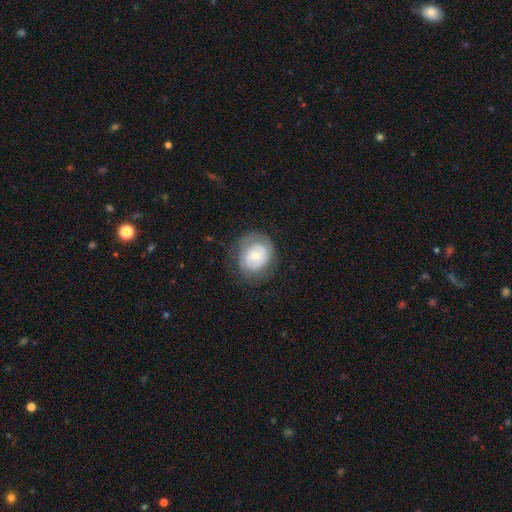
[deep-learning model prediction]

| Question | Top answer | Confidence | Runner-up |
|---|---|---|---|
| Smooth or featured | featured or disk | 51% | smooth (42%) |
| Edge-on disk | no | 96% | yes (4%) |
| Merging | none | 68% | minor disturbance (20%) |